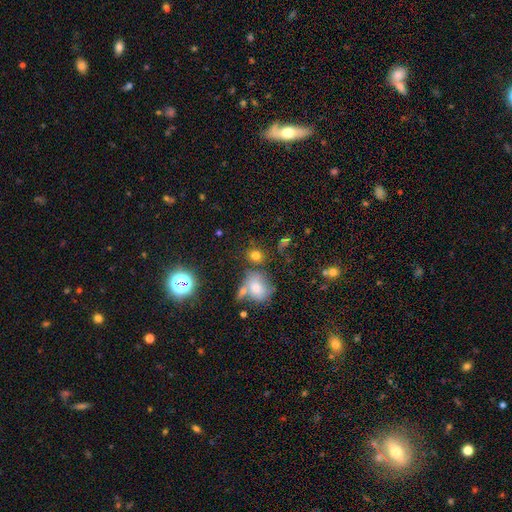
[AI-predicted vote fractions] Overall: smooth (75%). How rounded: round (67%; in between 31%). Merging: none (66%).